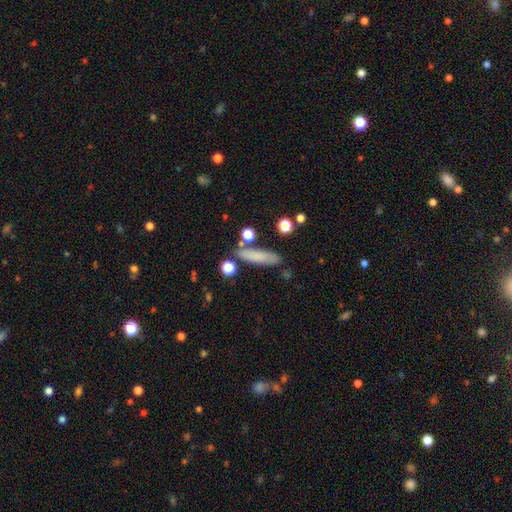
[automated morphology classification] smooth-or-featured: smooth: 77% | featured or disk: 14% | star or artifact: 10%
  how-rounded: cigar-shaped: 71% | in between: 25% | round: 4%
  merging: none: 75% | minor disturbance: 14% | merger: 7% | major disturbance: 4%